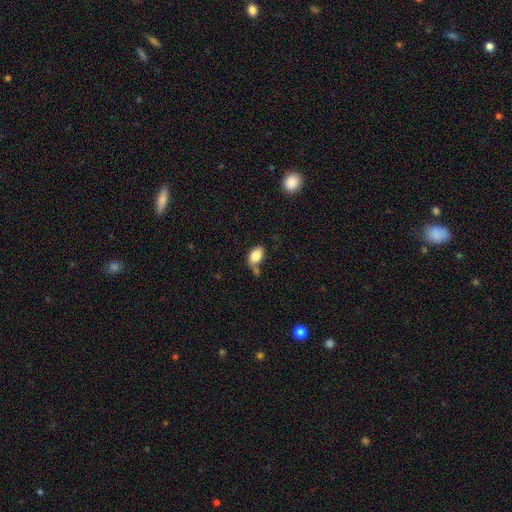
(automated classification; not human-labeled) The model was most divided on "merging": none: 45%, minor disturbance: 24%, merger: 21%, major disturbance: 10%. More confident: how rounded — in between (87%); smooth or featured — smooth (84%).